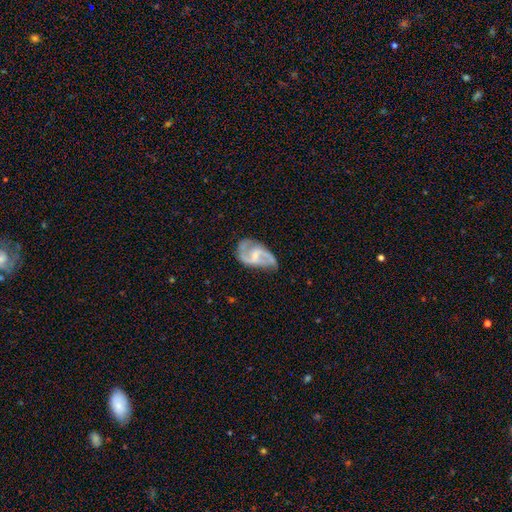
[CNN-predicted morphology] The model was most divided on "spiral winding" (2-way tie): loose: 43%, medium: 43%, tight: 13%. Remaining: edge-on disk — no (97%); spiral arms — yes (92%); spiral arm count — 2 (85%); smooth or featured — featured or disk (82%); bar — weak (51%); bulge size — small (51%); merging — none (49%).